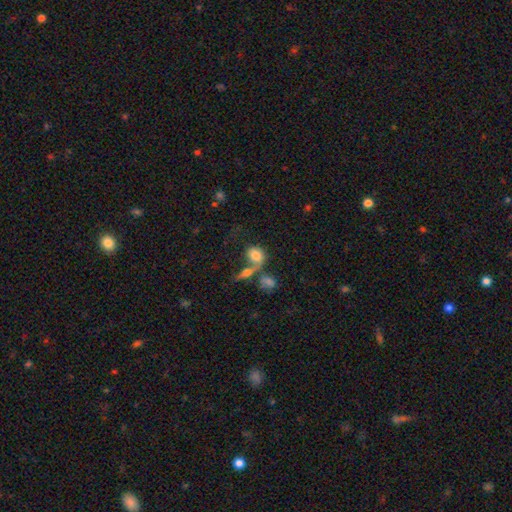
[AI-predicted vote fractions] Smooth or featured? Predicted: smooth (p=0.72). How rounded? Predicted: in between (p=0.55). Merging? Predicted: merger (p=0.49).